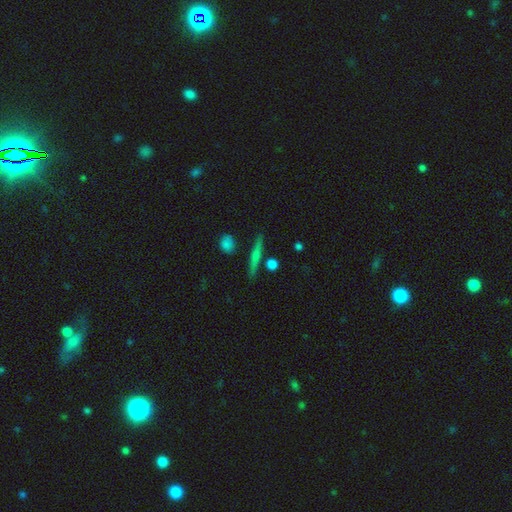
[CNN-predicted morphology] A smooth galaxy with no disk features (52%) that is cigar-shaped (79%). Merging: none (84%).